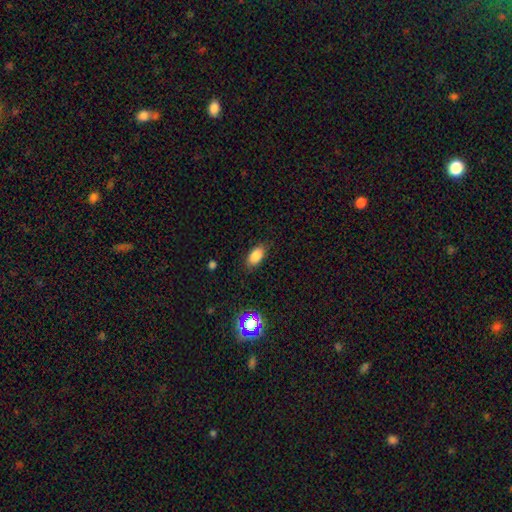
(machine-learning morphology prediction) Overall: smooth (84%). How rounded: in between (91%). Merging: none (84%).